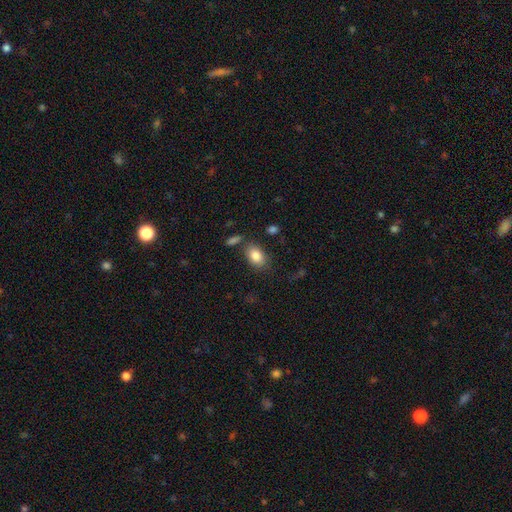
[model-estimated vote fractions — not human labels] Q: Smooth or featured?
A: smooth (85%); runner-up: featured or disk (8%)
Q: How rounded?
A: in between (86%); runner-up: round (13%)
Q: Merging?
A: none (75%); runner-up: minor disturbance (14%)